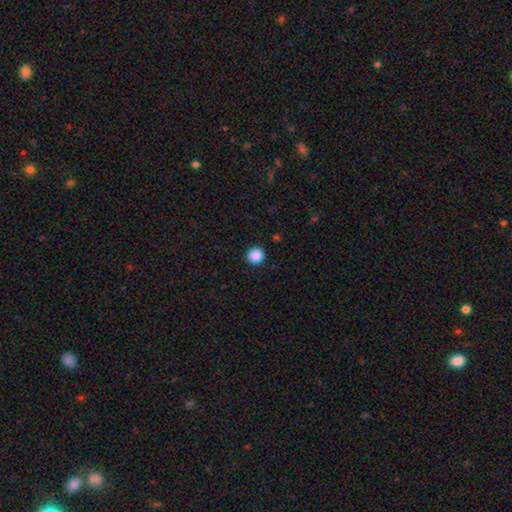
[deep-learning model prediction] smooth_or_featured: smooth (p=0.88) [alt: star or artifact p=0.09]
how_rounded: round (p=0.95) [alt: in between p=0.04]
merging: none (p=0.92) [alt: minor disturbance p=0.05]